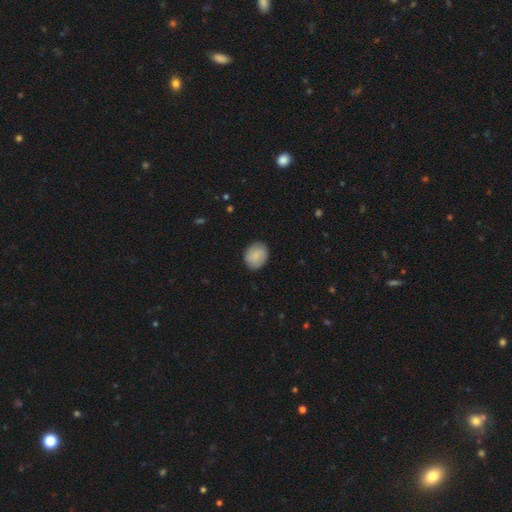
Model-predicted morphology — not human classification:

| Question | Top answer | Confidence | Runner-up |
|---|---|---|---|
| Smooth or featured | smooth | 81% | featured or disk (13%) |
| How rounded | round | 56% | in between (43%) |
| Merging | none | 86% | minor disturbance (10%) |